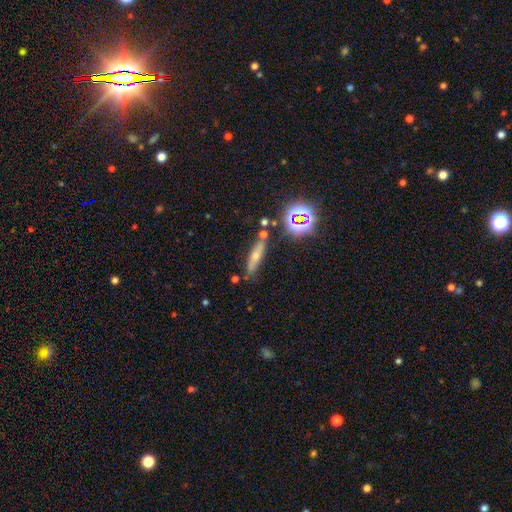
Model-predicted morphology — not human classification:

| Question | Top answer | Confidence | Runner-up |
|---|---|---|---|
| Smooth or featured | featured or disk | 38% | smooth (37%) |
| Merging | none | 77% | minor disturbance (13%) |